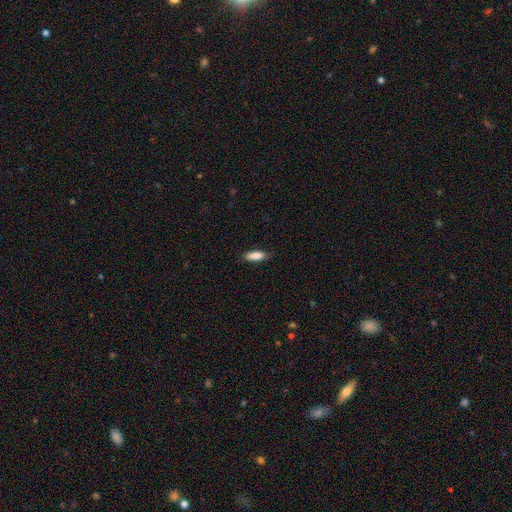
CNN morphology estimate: This is clearly a smooth galaxy (86%). How rounded: possibly in between (58%). Merging: clearly none (84%).